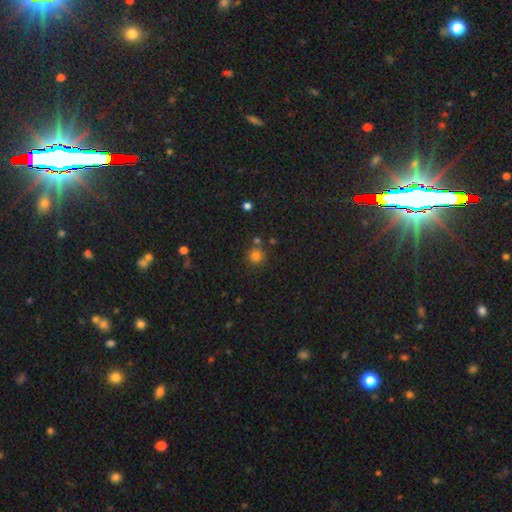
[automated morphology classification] Smooth or featured? smooth (78%)
How rounded? round (92%)
Merging? none (75%)